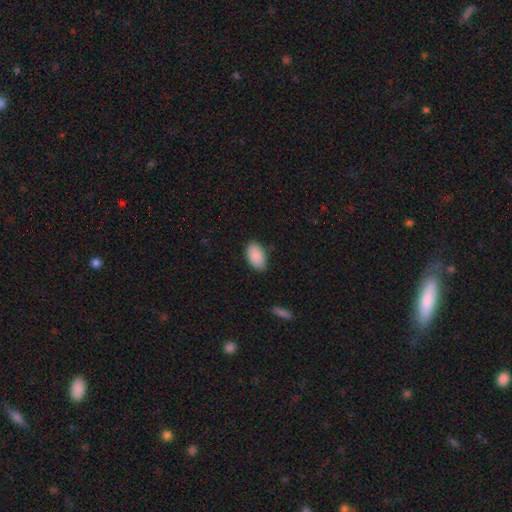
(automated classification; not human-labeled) Morphology: type=smooth (90%); roundness=in between (94%); merging=none (86%).